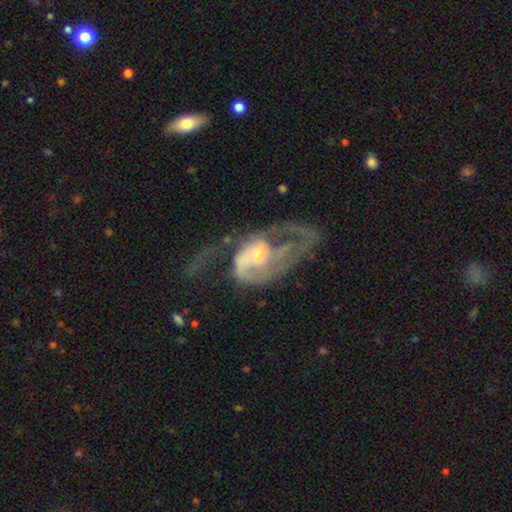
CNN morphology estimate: type=featured or disk (75%); edge-on=no (97%); bar=no (57%); spiral arms=yes (74%); winding=loose (44%); arm count=2 (42%); bulge=small (43%); merging=major disturbance (56%).